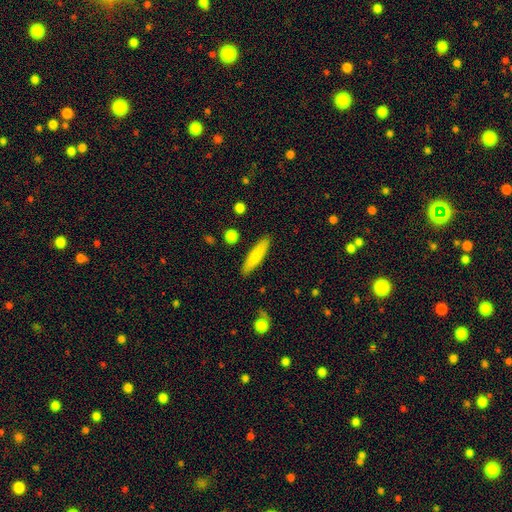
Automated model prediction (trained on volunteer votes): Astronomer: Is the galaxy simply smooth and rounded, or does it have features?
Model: smooth — 78%.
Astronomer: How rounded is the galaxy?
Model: cigar-shaped — 83%.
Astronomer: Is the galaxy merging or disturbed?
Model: none — 88%.